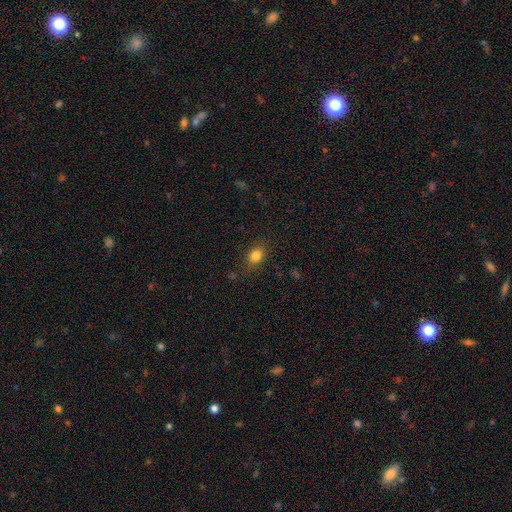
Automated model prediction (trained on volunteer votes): A smooth galaxy with no disk features (82%) that is in between round and cigar-shaped (62%).

Vote fractions:
- Smooth or featured? smooth: 82% / star or artifact: 11% / featured or disk: 6%
- How rounded? in between: 62% / round: 36% / cigar-shaped: 2%
- Merging? none: 83% / minor disturbance: 12% / major disturbance: 4% / merger: 1%